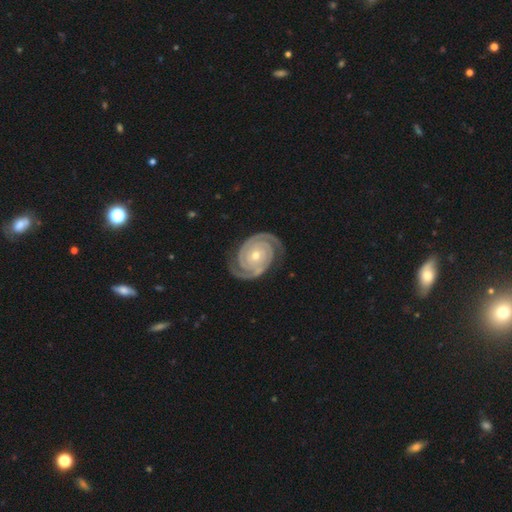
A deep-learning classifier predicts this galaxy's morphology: A featured or disk galaxy (94%) with no bar (74%), 2 (90%) tight (84%) spiral arms (99%) and a moderate central bulge (50%).

Vote fractions:
- Smooth or featured? featured or disk: 94% / star or artifact: 4% / smooth: 2%
- Edge-on disk? no: 98% / yes: 2%
- Bar? no: 74% / weak: 16% / strong: 10%
- Spiral arms? yes: 99% / no: 1%
- Spiral winding? tight: 84% / medium: 14% / loose: 2%
- Spiral arm count? 2: 90% / 3: 4% / can't tell: 2% / 4: 2% / 1: 1% / more than 4: 1%
- Bulge size? moderate: 50% / small: 47% / large: 1% / none: 1% / dominant: 1%
- Merging? none: 85% / minor disturbance: 11% / major disturbance: 3% / merger: 1%